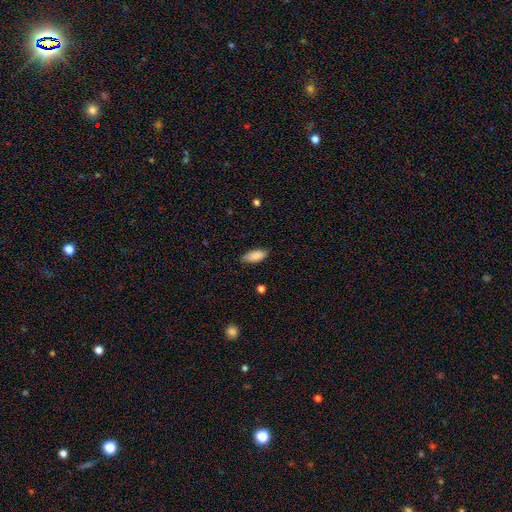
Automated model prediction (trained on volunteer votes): Smooth or featured? Predicted: smooth (p=0.88). How rounded? Predicted: in between (p=0.85). Merging? Predicted: none (p=0.80).